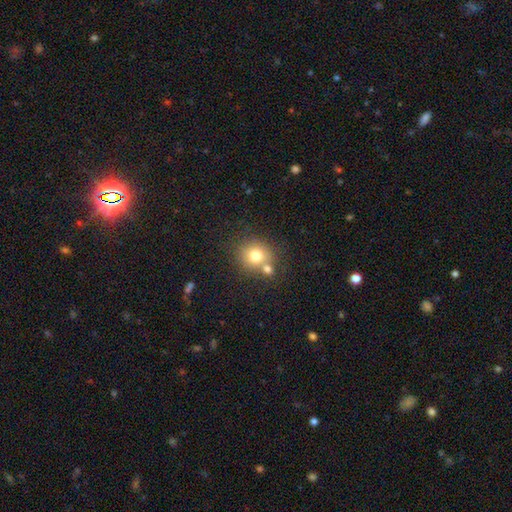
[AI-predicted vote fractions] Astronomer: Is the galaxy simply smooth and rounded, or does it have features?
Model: smooth — 75%.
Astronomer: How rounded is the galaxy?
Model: round — 84%.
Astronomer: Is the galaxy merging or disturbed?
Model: none — 60%.